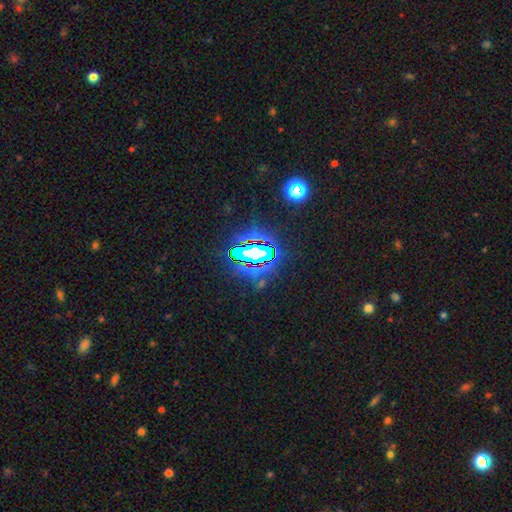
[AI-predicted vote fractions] Smooth or featured? star or artifact (75%)